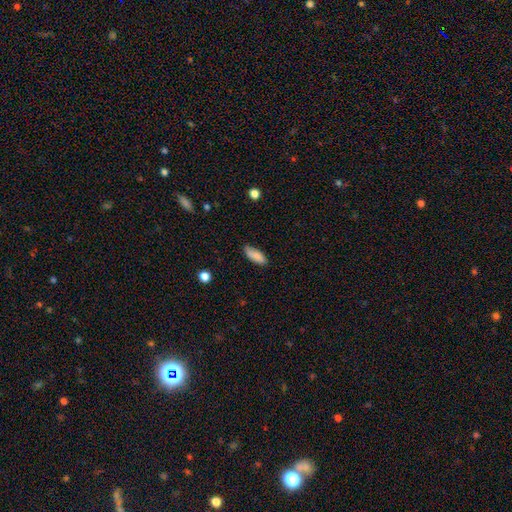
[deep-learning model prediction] Smooth or featured?
  - smooth: 86% *
  - star or artifact: 7%
  - featured or disk: 7%
How rounded?
  - in between: 73% *
  - cigar-shaped: 25%
  - round: 2%
Merging?
  - none: 72% *
  - minor disturbance: 22%
  - major disturbance: 4%
  - merger: 2%